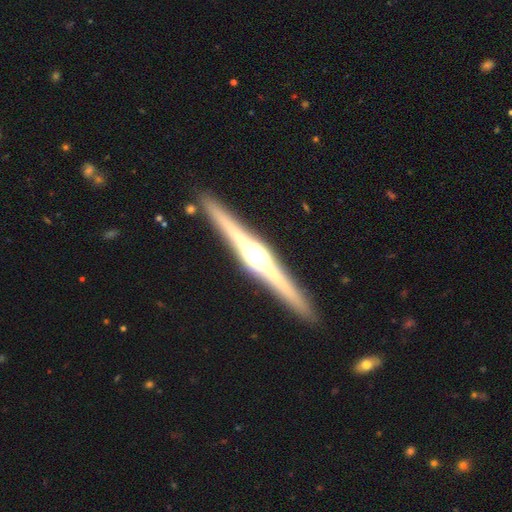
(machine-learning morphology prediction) A featured or disk galaxy (83%) viewed edge-on (98%) with a rounded central bulge (80%). Merging: none (90%).